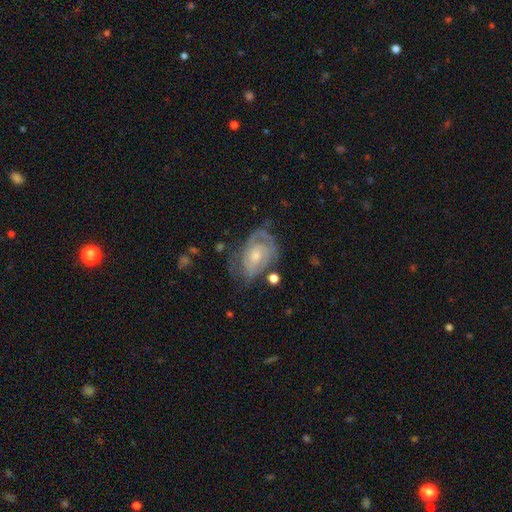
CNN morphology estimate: This is likely a featured or disk galaxy (79%). It is clearly not viewed edge-on (97%). Bar: likely no (66%). Spiral arm pattern: clearly yes (90%). Spiral arm count: possibly 2 (47%). Spiral winding: possibly tight (59%). Central bulge: possibly moderate (47%). Merging: possibly none (57%).